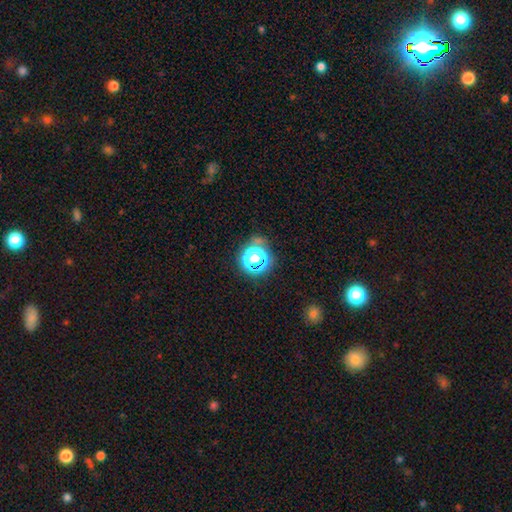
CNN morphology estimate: This appears to be a star or artifact, not a galaxy (70%).